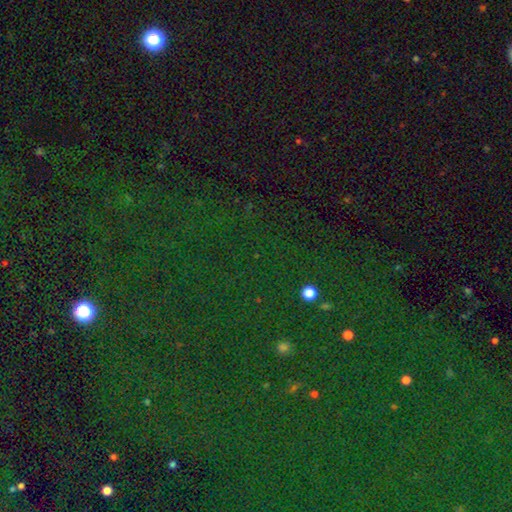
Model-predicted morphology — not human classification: Smooth or featured: star or artifact — 83% (smooth — 10%)